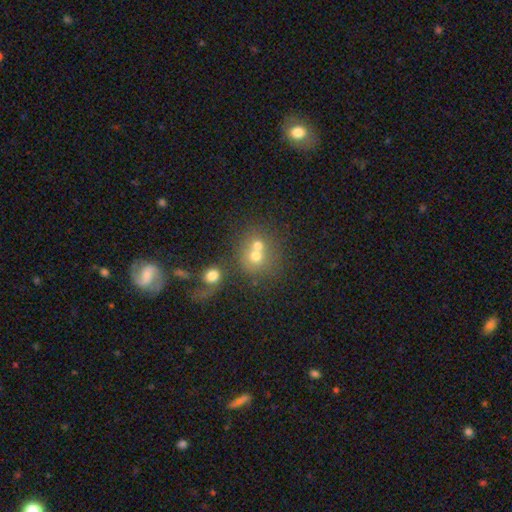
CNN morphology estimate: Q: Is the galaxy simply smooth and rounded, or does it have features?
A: smooth — 62%.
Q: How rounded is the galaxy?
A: round — 80%.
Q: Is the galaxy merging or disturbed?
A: merger — 52%.